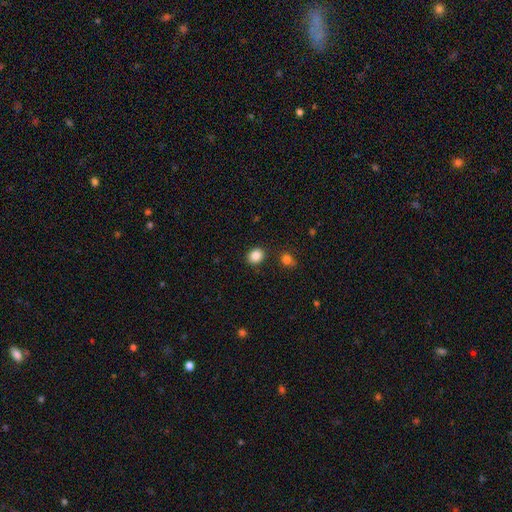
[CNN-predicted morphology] smooth 86%, star or artifact 9%, featured or disk 4%. Down the decision tree: how rounded — round (57%); merging — none (86%).